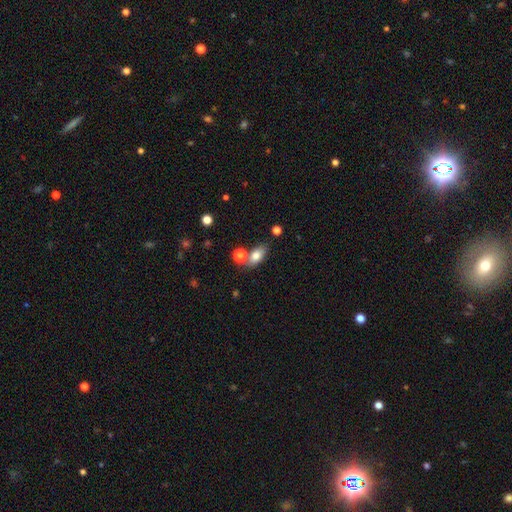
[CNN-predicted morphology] Smooth or featured? smooth (77%)
How rounded? in between (84%)
Merging? none (67%)